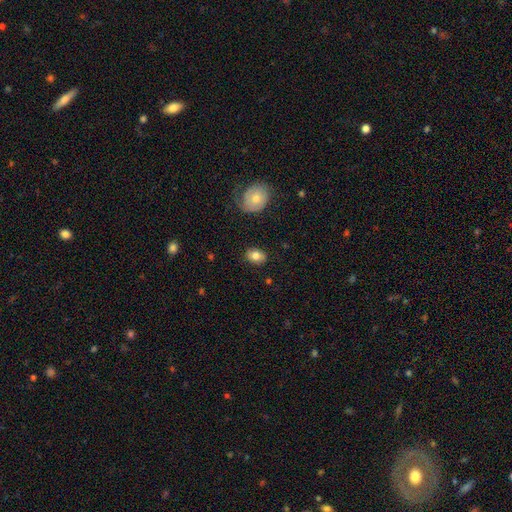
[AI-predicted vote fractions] A smooth galaxy with no disk features (80%) that is in between round and cigar-shaped (75%).

Vote fractions:
- Smooth or featured? smooth: 80% / featured or disk: 12% / star or artifact: 8%
- How rounded? in between: 75% / round: 24% / cigar-shaped: 1%
- Merging? none: 85% / minor disturbance: 11% / major disturbance: 3% / merger: 2%